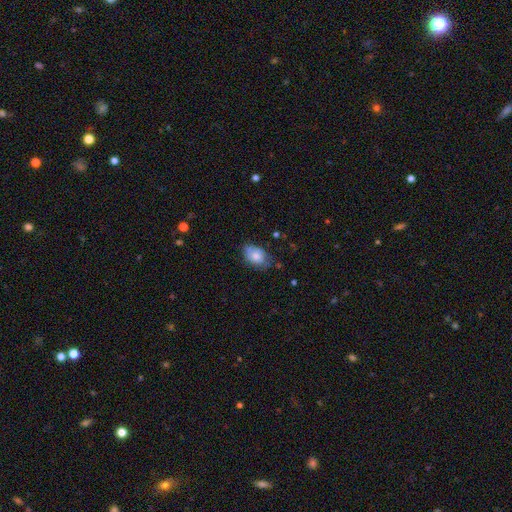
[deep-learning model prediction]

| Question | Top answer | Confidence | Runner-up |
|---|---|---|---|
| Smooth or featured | smooth | 73% | featured or disk (19%) |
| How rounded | in between | 85% | round (13%) |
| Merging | none | 62% | minor disturbance (29%) |